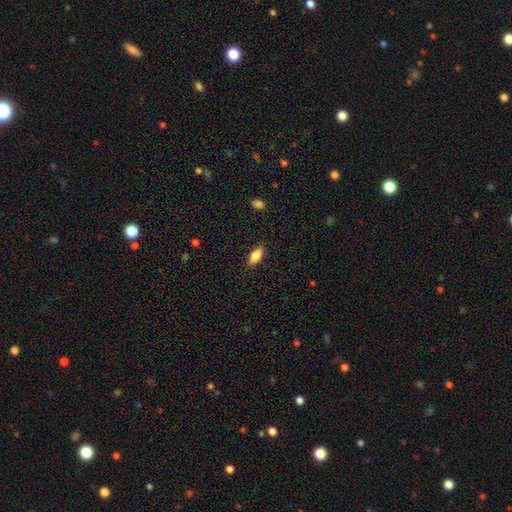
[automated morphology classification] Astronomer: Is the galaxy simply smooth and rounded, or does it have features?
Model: smooth — 79%.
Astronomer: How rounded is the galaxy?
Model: in between — 80%.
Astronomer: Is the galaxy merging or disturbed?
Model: none — 87%.